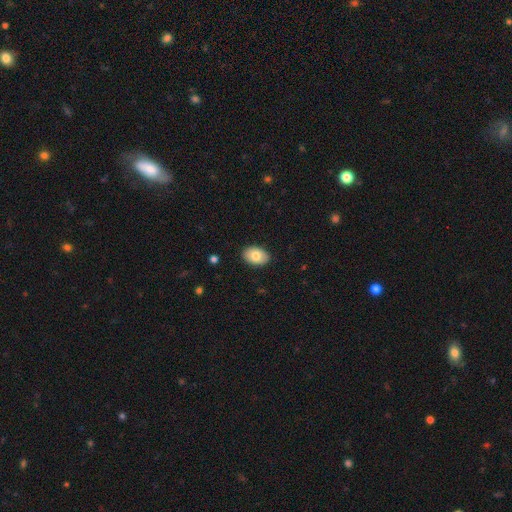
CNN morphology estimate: smooth_or_featured: smooth (p=0.81) [alt: featured or disk p=0.12]
how_rounded: in between (p=0.89) [alt: round p=0.09]
merging: none (p=0.89) [alt: minor disturbance p=0.09]